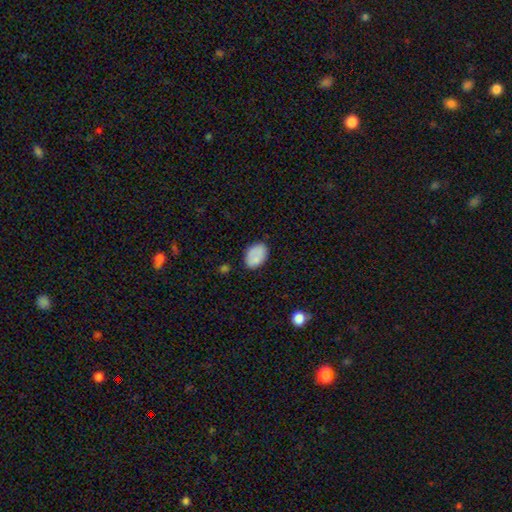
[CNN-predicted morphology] type=smooth (83%); roundness=in between (87%); merging=none (75%).